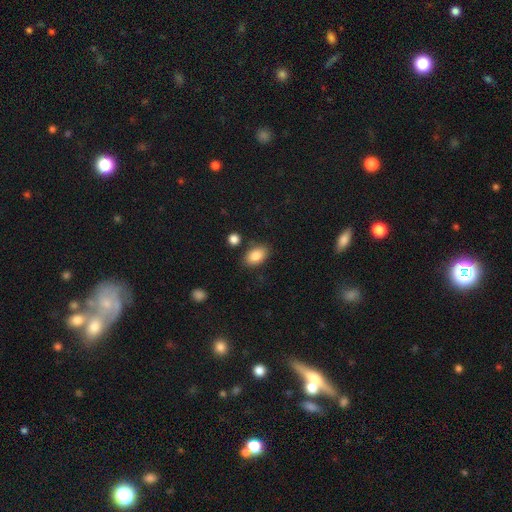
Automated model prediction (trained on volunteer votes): This is clearly a smooth galaxy (86%). How rounded: clearly in between (90%). Merging: clearly none (80%).